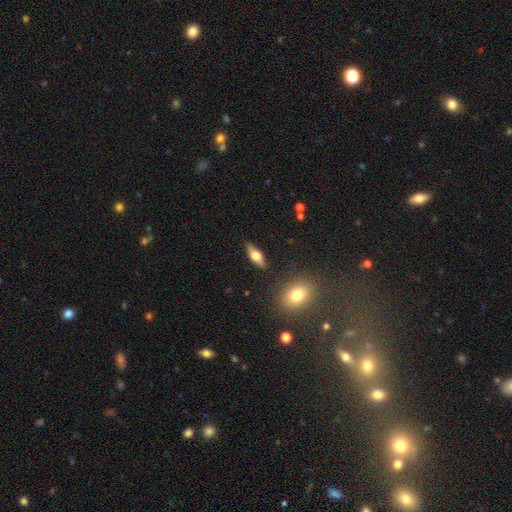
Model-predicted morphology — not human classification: Overall: smooth (54%; featured or disk 39%). How rounded: in between (67%; cigar-shaped 28%). Merging: none (85%).